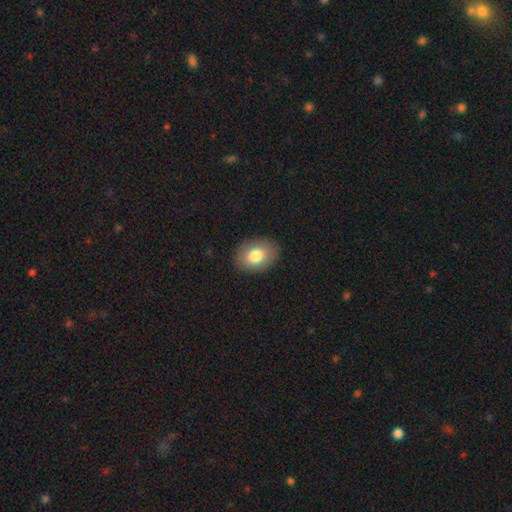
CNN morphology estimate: This is likely a smooth galaxy (80%). How rounded: clearly in between (80%). Merging: clearly none (88%).